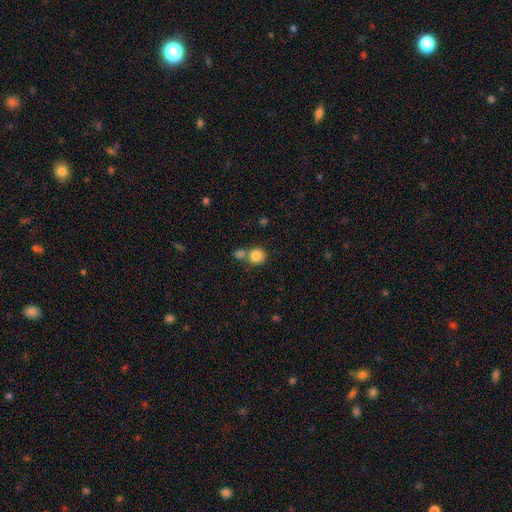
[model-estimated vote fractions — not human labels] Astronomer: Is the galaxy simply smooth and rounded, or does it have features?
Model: smooth — 84%.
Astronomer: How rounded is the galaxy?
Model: round — 85%.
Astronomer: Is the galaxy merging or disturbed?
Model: none — 52% (runner-up: merger, 35%).